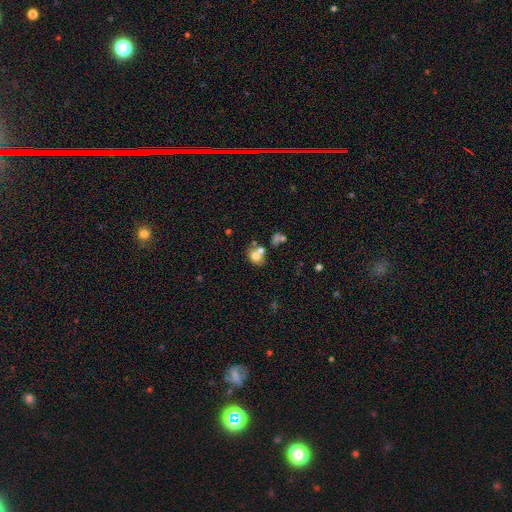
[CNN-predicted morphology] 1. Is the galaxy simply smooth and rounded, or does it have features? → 71% smooth, 17% featured or disk, 13% star or artifact.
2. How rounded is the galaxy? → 60% round, 39% in between, 1% cigar-shaped.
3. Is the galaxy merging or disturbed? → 46% none, 39% merger, 10% minor disturbance, 5% major disturbance.